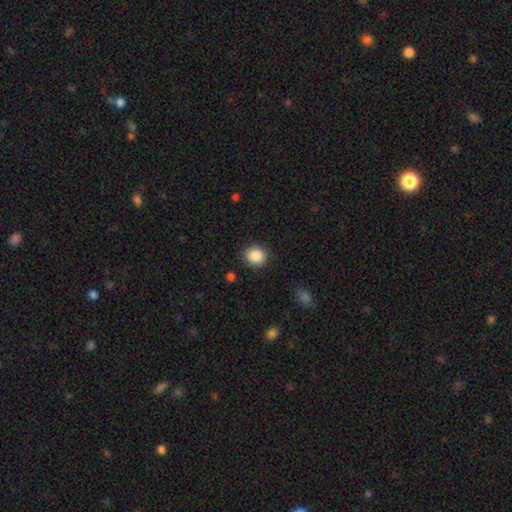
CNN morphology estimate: smooth 88%, star or artifact 9%, featured or disk 4%. Down the decision tree: how rounded — round (82%); merging — none (89%).